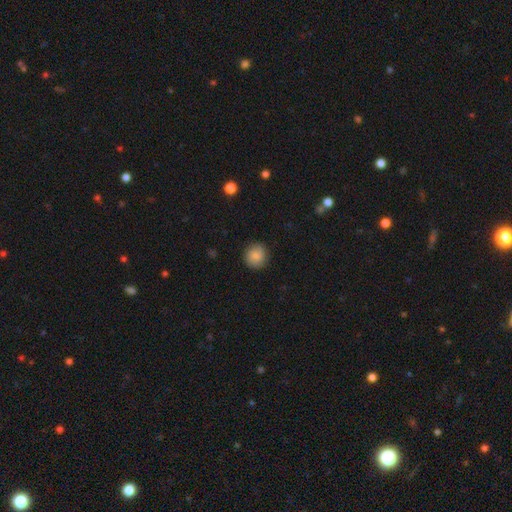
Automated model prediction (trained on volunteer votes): The model was most divided on "smooth or featured": smooth: 83%, featured or disk: 9%, star or artifact: 8%. More confident: how rounded — round (90%); merging — none (87%).